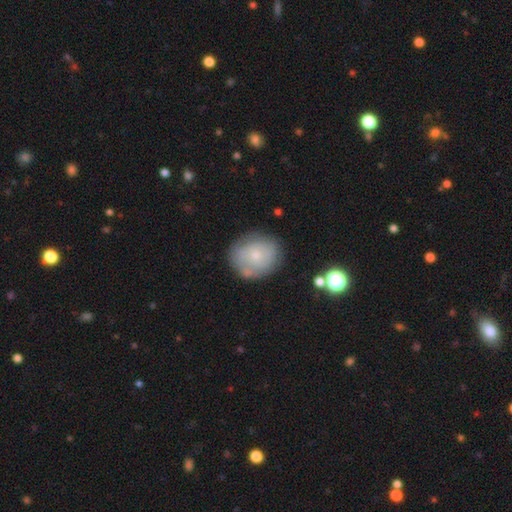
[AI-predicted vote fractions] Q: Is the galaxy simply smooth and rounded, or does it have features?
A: smooth — 62%.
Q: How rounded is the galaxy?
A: round — 71%.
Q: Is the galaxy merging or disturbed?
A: none — 73%.